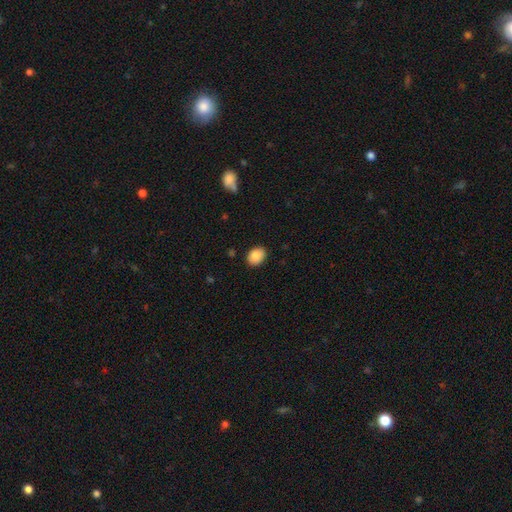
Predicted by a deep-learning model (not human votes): Smooth or featured?
  - smooth: 85% *
  - star or artifact: 8%
  - featured or disk: 7%
How rounded?
  - in between: 59% *
  - round: 40%
  - cigar-shaped: 1%
Merging?
  - none: 88% *
  - minor disturbance: 9%
  - major disturbance: 2%
  - merger: 1%